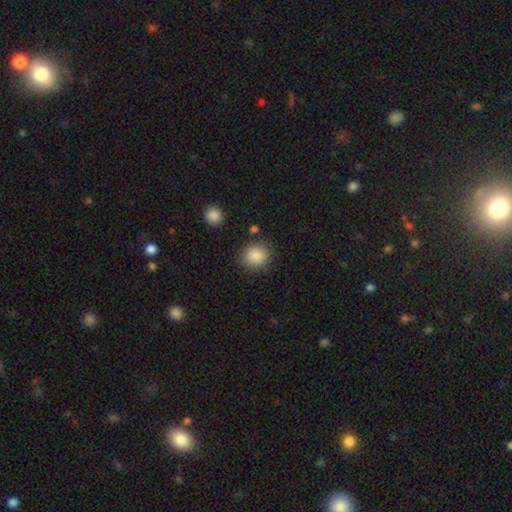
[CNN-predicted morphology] Smooth or featured?
  - smooth: 87% *
  - star or artifact: 8%
  - featured or disk: 4%
How rounded?
  - round: 83% *
  - in between: 16%
  - cigar-shaped: 1%
Merging?
  - none: 85% *
  - minor disturbance: 9%
  - major disturbance: 3%
  - merger: 3%